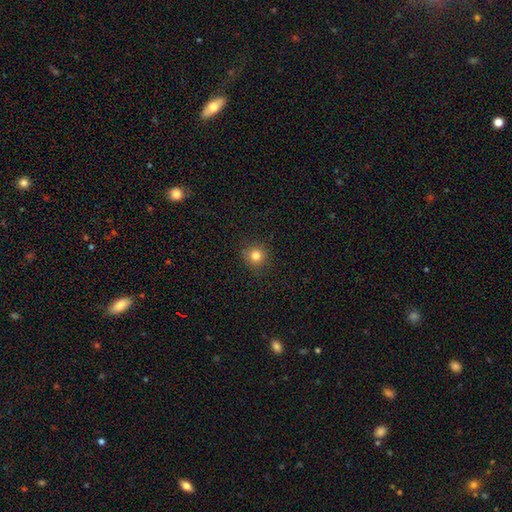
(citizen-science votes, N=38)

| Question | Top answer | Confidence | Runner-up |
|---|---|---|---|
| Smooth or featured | smooth | 89% | featured or disk (8%) |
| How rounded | round | 94% | in between (6%) |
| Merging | none | 97% | minor disturbance (3%) |